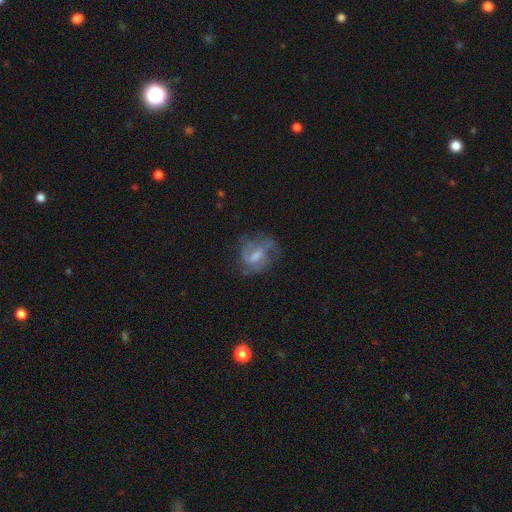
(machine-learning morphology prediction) Q: Smooth or featured?
A: featured or disk (61%); runner-up: smooth (30%)
Q: Edge-on disk?
A: no (96%); runner-up: yes (4%)
Q: Bar?
A: weak (51%); runner-up: no (28%)
Q: Spiral arms?
A: yes (73%); runner-up: no (27%)
Q: Bulge size?
A: moderate (40%); runner-up: small (26%)
Q: Merging?
A: none (48%); runner-up: major disturbance (25%)